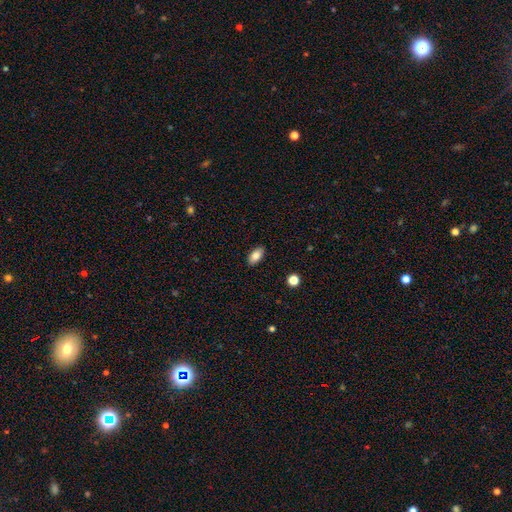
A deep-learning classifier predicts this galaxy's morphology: The model was most divided on "smooth or featured": smooth: 84%, featured or disk: 8%, star or artifact: 8%. More confident: how rounded — in between (92%); merging — none (88%).